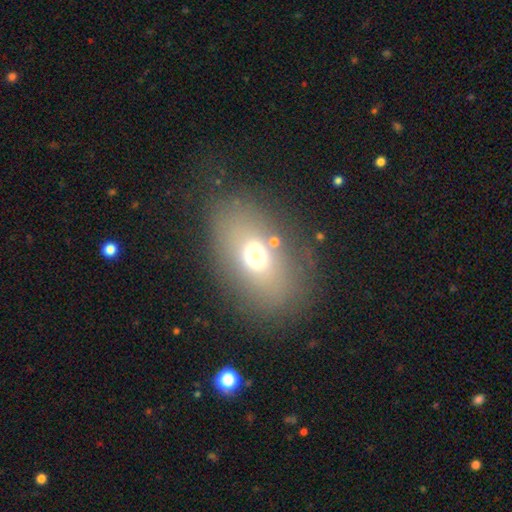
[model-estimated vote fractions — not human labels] A smooth galaxy with no disk features (62%) that is in between round and cigar-shaped (79%). Merging: none (77%).